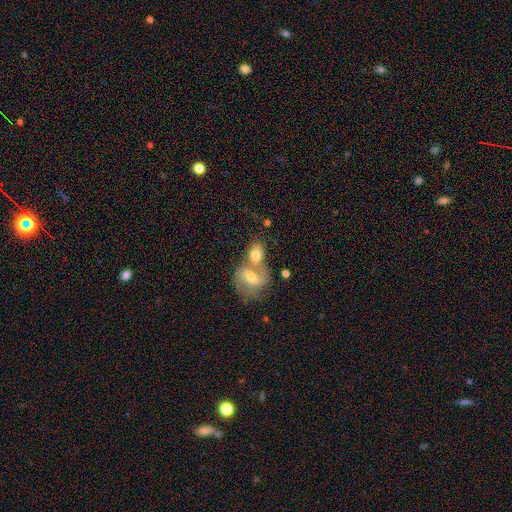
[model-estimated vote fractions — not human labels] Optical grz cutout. It shows a featured or disk galaxy (47%). Merging: merger (60%).